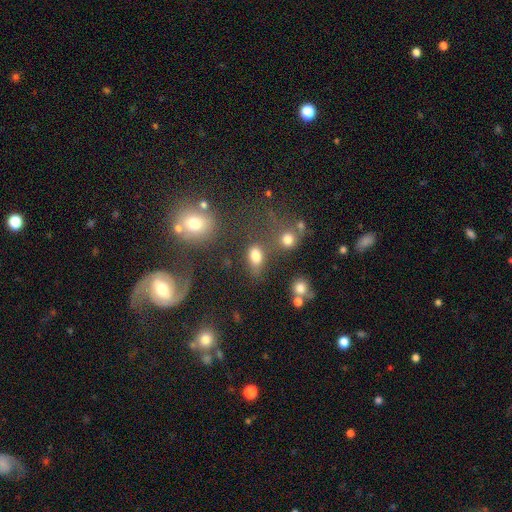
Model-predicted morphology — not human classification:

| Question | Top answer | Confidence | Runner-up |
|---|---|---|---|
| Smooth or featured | smooth | 79% | star or artifact (13%) |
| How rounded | in between | 81% | round (16%) |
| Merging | none | 55% | minor disturbance (18%) |